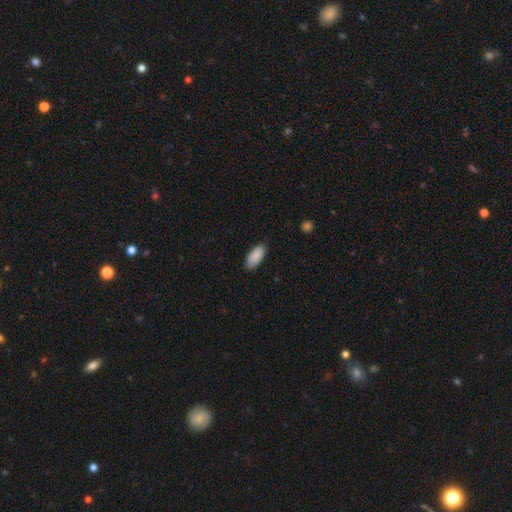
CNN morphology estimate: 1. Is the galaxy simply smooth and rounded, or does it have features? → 89% smooth, 6% star or artifact, 5% featured or disk.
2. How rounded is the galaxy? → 91% in between, 7% cigar-shaped, 2% round.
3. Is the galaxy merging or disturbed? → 83% none, 14% minor disturbance, 2% major disturbance, 1% merger.